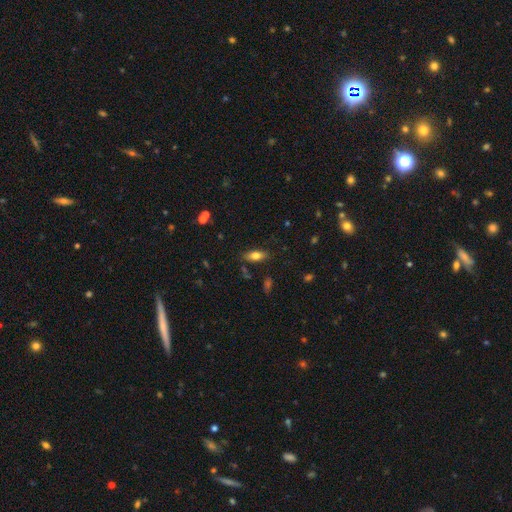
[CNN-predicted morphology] Smooth or featured?
  - smooth: 73% *
  - featured or disk: 18%
  - star or artifact: 9%
How rounded?
  - in between: 80% *
  - cigar-shaped: 17%
  - round: 3%
Merging?
  - none: 81% *
  - minor disturbance: 13%
  - major disturbance: 3%
  - merger: 3%